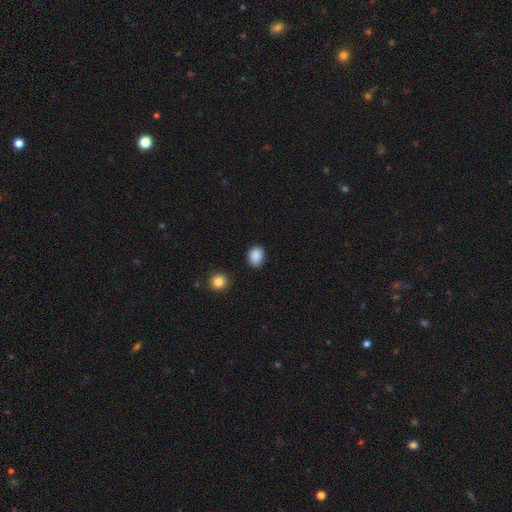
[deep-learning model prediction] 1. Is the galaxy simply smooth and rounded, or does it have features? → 88% smooth, 9% star or artifact, 3% featured or disk.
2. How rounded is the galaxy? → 56% in between, 43% round, 1% cigar-shaped.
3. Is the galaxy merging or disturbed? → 86% none, 10% minor disturbance, 2% major disturbance, 2% merger.